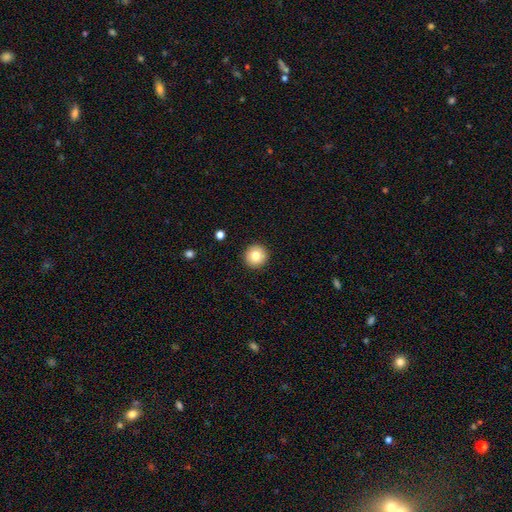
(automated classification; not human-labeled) The model was most divided on "smooth or featured": smooth: 81%, star or artifact: 10%, featured or disk: 10%. More confident: how rounded — round (96%); merging — none (93%).